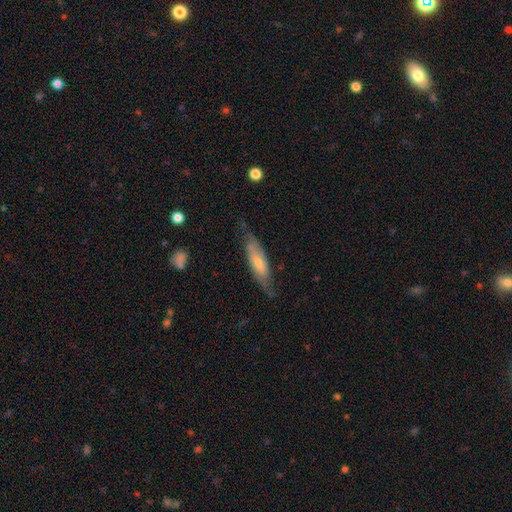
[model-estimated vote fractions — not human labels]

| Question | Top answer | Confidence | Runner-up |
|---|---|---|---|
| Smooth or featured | featured or disk | 61% | smooth (32%) |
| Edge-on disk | no | 53% | yes (47%) |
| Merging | none | 70% | minor disturbance (21%) |